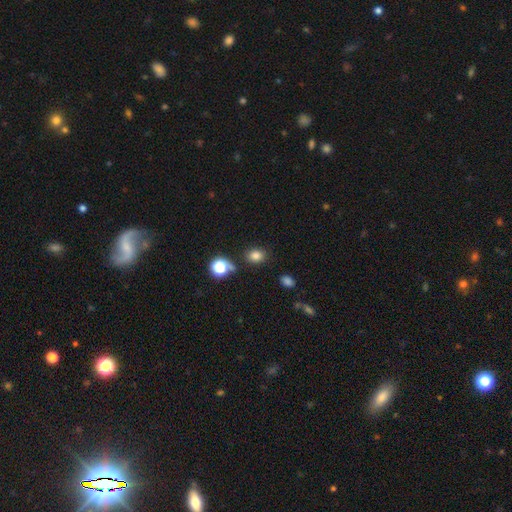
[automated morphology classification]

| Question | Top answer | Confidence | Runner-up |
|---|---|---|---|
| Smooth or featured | smooth | 79% | star or artifact (15%) |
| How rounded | in between | 51% | round (48%) |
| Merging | none | 81% | minor disturbance (11%) |